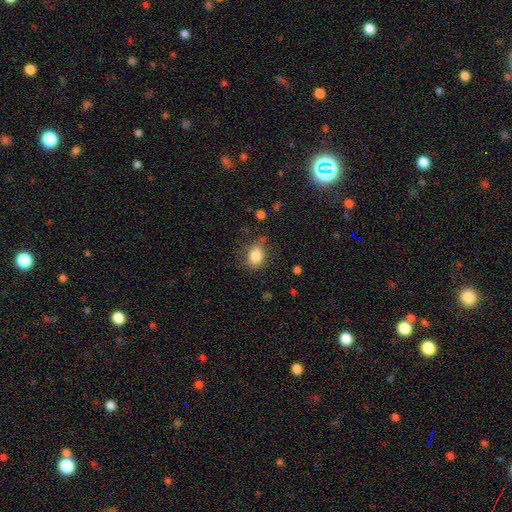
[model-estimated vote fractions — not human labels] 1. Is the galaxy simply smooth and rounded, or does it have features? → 83% smooth, 10% star or artifact, 7% featured or disk.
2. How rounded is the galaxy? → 59% in between, 40% round, 1% cigar-shaped.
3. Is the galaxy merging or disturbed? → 71% none, 21% minor disturbance, 6% major disturbance, 2% merger.